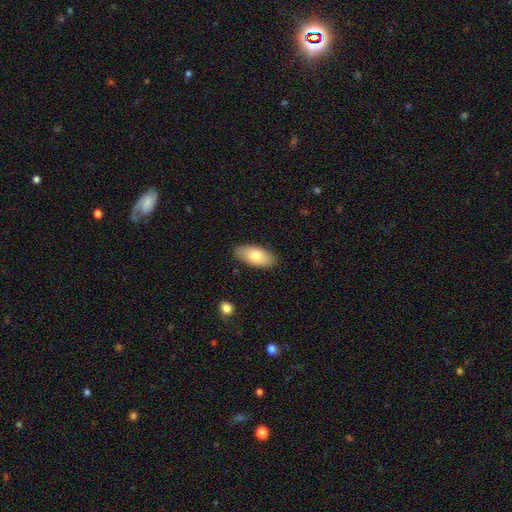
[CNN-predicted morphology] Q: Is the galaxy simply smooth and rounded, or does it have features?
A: smooth — 77%.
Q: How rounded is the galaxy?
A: in between — 92%.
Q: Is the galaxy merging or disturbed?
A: none — 87%.